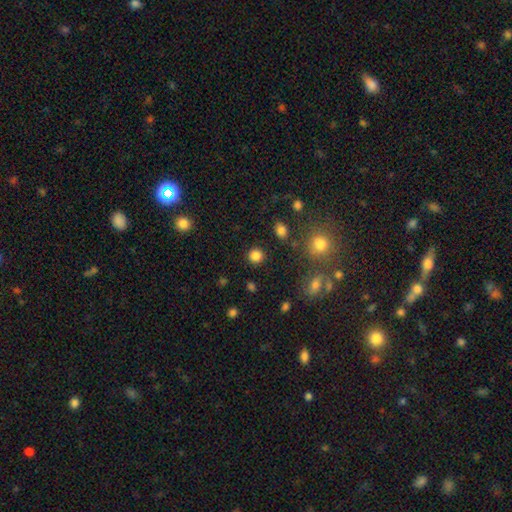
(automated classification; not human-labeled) Smooth or featured?
  - smooth: 84% *
  - star or artifact: 12%
  - featured or disk: 4%
How rounded?
  - round: 89% *
  - in between: 10%
  - cigar-shaped: 1%
Merging?
  - none: 89% *
  - minor disturbance: 6%
  - major disturbance: 3%
  - merger: 2%